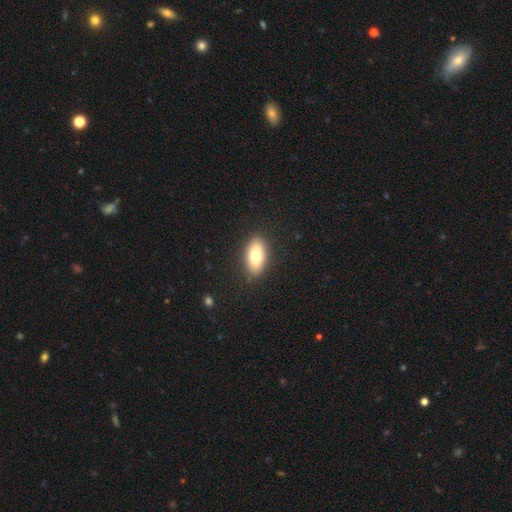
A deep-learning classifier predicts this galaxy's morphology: smooth_or_featured: smooth (p=0.76) [alt: featured or disk p=0.17]
how_rounded: in between (p=0.89) [alt: cigar-shaped p=0.07]
merging: none (p=0.87) [alt: minor disturbance p=0.09]